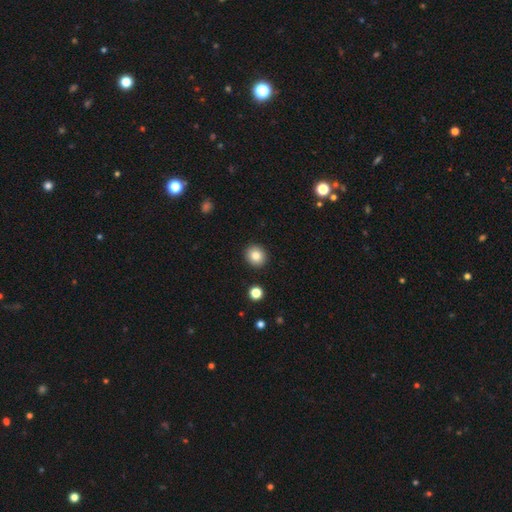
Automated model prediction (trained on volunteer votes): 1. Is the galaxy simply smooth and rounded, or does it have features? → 84% smooth, 10% star or artifact, 6% featured or disk.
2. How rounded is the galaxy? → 83% round, 16% in between, 1% cigar-shaped.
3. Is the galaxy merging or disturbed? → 92% none, 5% minor disturbance, 2% major disturbance, 1% merger.